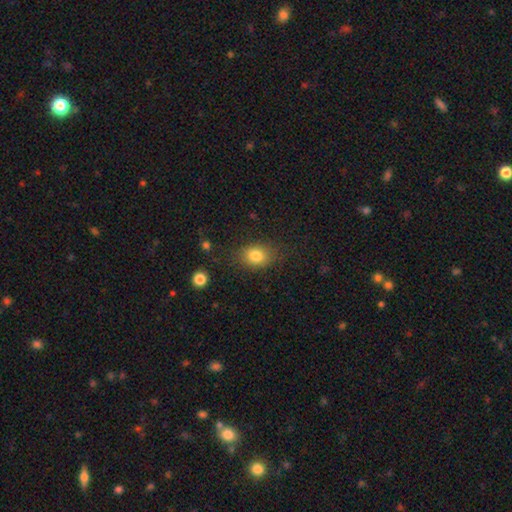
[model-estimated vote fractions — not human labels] This appears to be a smooth galaxy with no disk features (81%) that is in between round and cigar-shaped (62%). Merging: none (80%).